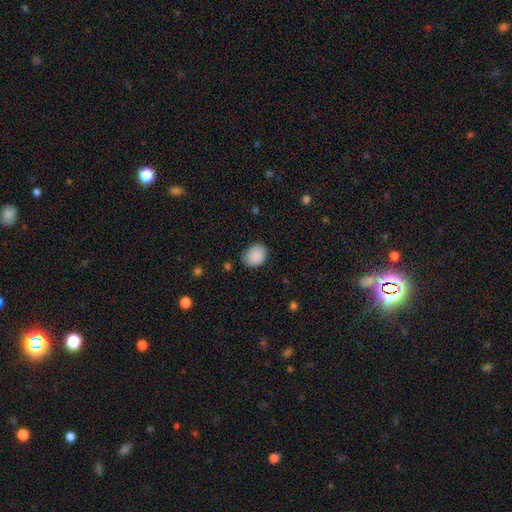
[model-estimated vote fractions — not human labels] This appears to be a smooth galaxy with no disk features (87%) that is in between round and cigar-shaped (52%). Merging: none (75%).